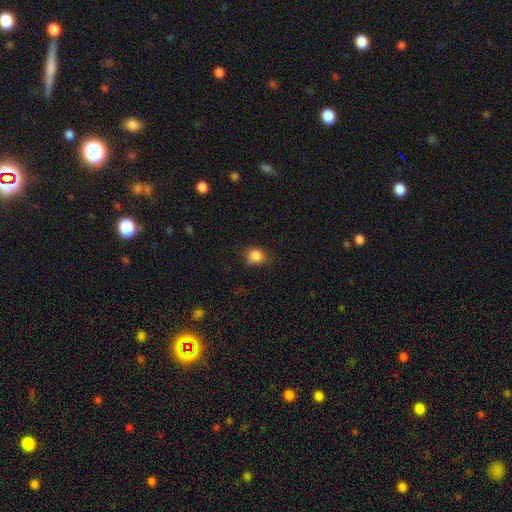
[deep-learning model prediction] smooth-or-featured: smooth: 85% | star or artifact: 10% | featured or disk: 5%
  how-rounded: round: 64% | in between: 35% | cigar-shaped: 1%
  merging: none: 62% | minor disturbance: 29% | major disturbance: 7% | merger: 2%